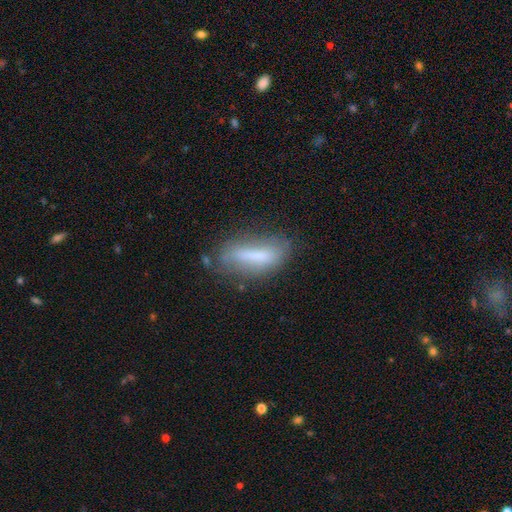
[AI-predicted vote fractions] Smooth or featured? Predicted: smooth (p=0.63). How rounded? Predicted: in between (p=0.50). Merging? Predicted: none (p=0.56).